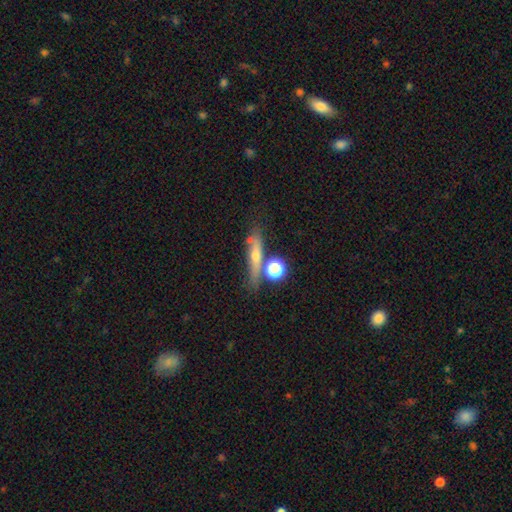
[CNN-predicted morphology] A featured or disk galaxy (52%) viewed edge-on (84%). Merging: none (67%).